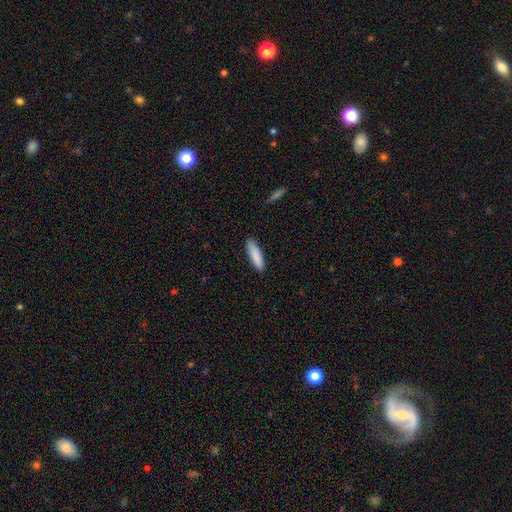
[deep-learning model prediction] Overall: smooth (87%). How rounded: cigar-shaped (70%). Merging: none (89%).